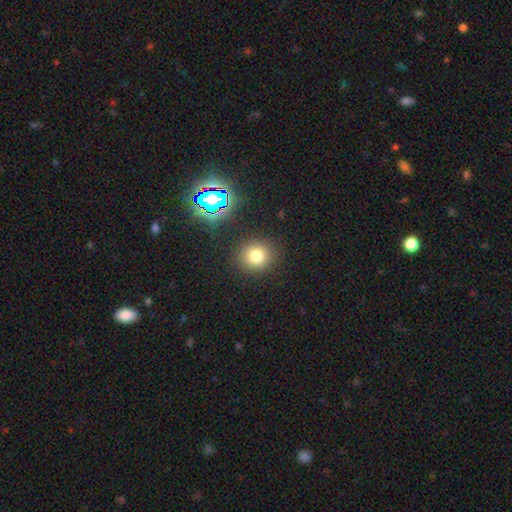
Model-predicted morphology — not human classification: smooth-or-featured: smooth: 75% | star or artifact: 17% | featured or disk: 8%
  how-rounded: round: 87% | in between: 12% | cigar-shaped: 1%
  merging: none: 88% | minor disturbance: 7% | major disturbance: 3% | merger: 2%